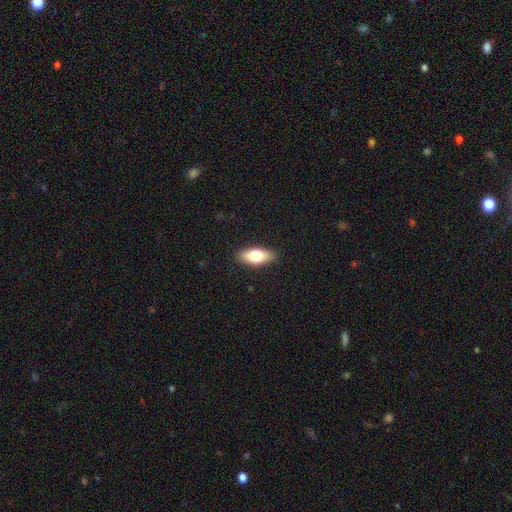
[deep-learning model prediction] smooth 73%, featured or disk 21%, star or artifact 6%. Down the decision tree: how rounded — in between (79%); merging — none (88%).